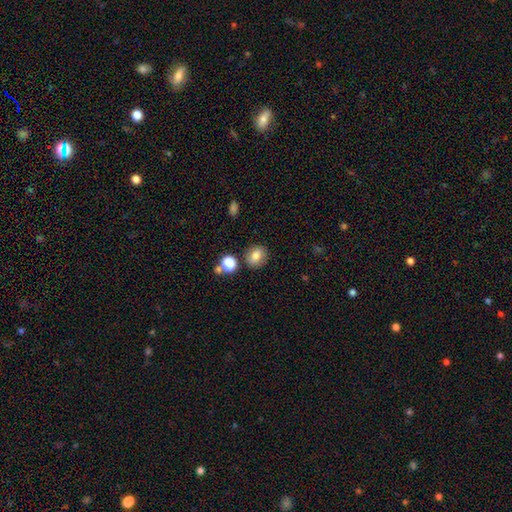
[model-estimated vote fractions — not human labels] A smooth galaxy with no disk features (76%) that is round (62%). Merging: none (80%).